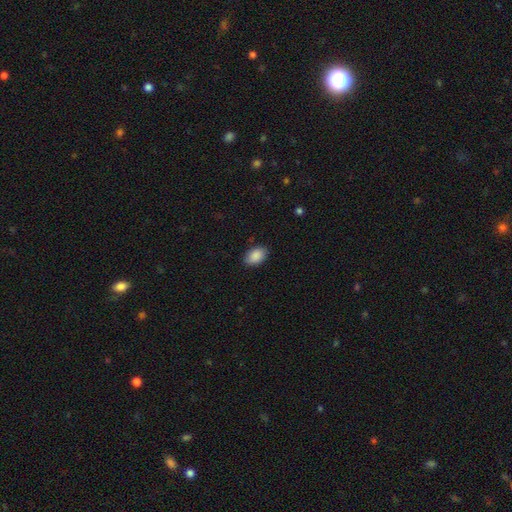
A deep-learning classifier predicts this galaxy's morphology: A smooth galaxy with no disk features (90%) that is in between round and cigar-shaped (90%). Merging: none (87%).